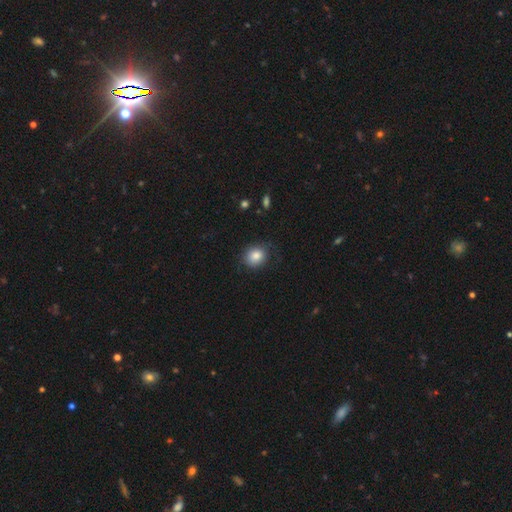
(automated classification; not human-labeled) smooth_or_featured: smooth (p=0.85) [alt: star or artifact p=0.08]
how_rounded: round (p=0.68) [alt: in between p=0.31]
merging: none (p=0.76) [alt: minor disturbance p=0.18]